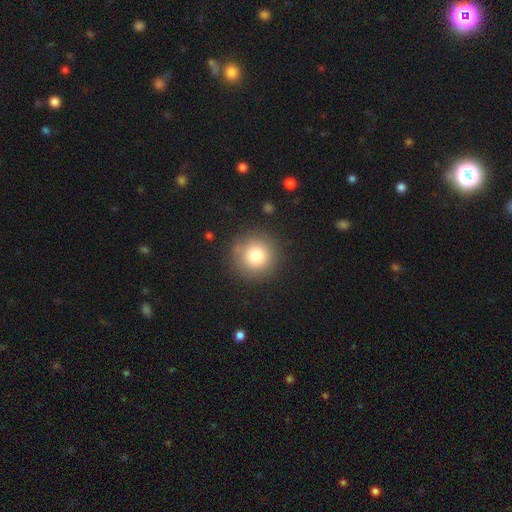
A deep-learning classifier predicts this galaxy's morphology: Overall: smooth (80%). How rounded: round (95%). Merging: none (87%).